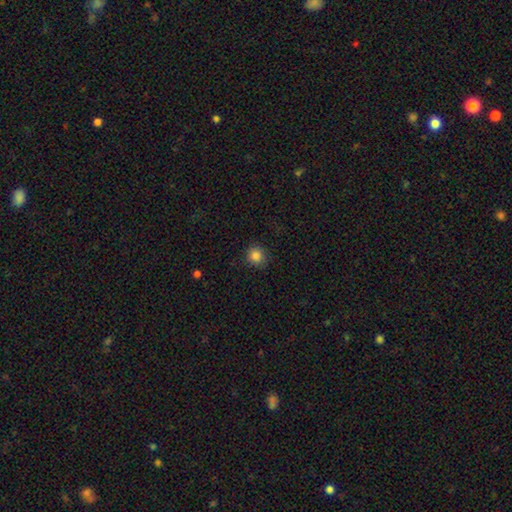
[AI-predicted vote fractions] This appears to be a smooth galaxy with no disk features (84%) that is round (89%). Merging: none (88%).